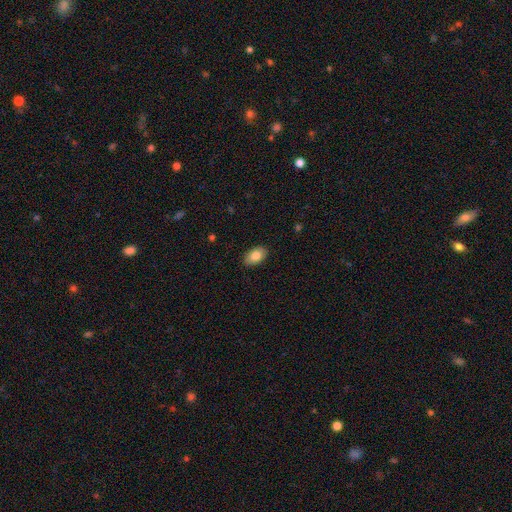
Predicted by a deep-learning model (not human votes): A smooth galaxy with no disk features (83%) that is in between round and cigar-shaped (91%).

Vote fractions:
- Smooth or featured? smooth: 83% / featured or disk: 10% / star or artifact: 7%
- How rounded? in between: 91% / round: 8% / cigar-shaped: 1%
- Merging? none: 88% / minor disturbance: 9% / major disturbance: 2% / merger: 1%